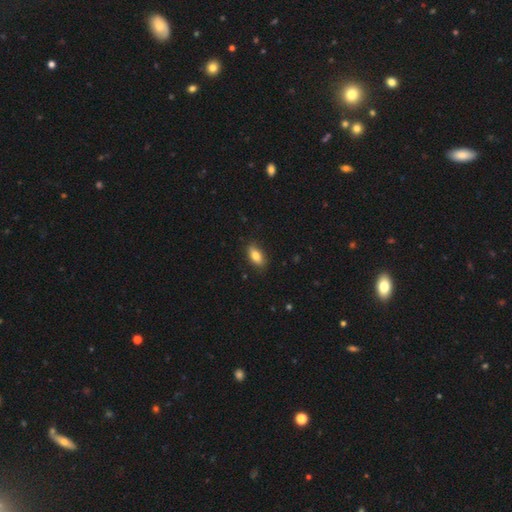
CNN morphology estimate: Smooth or featured? Predicted: smooth (p=0.79). How rounded? Predicted: in between (p=0.84). Merging? Predicted: none (p=0.85).